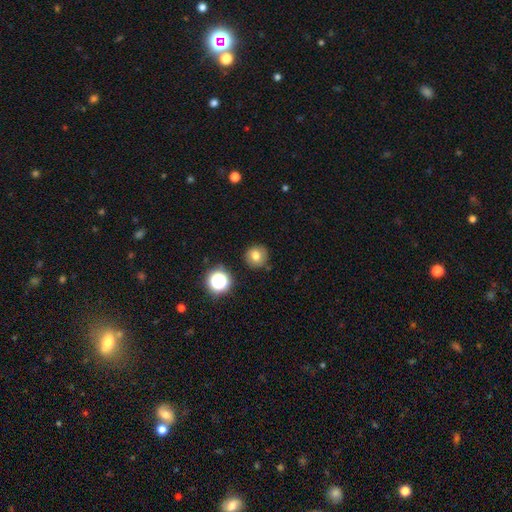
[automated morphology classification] A smooth galaxy with no disk features (75%) that is round (92%). Merging: none (86%).